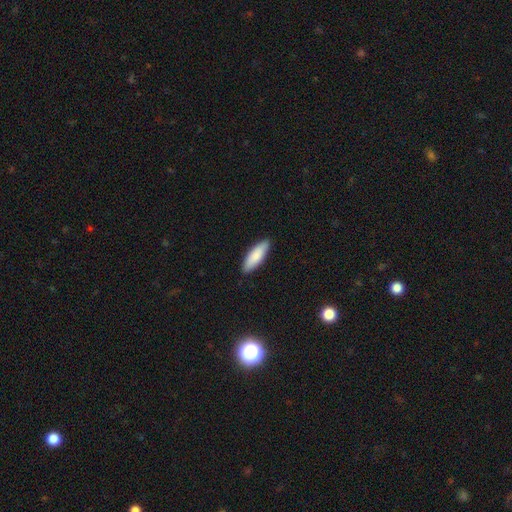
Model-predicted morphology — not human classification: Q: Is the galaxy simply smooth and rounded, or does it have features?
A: smooth — 84%.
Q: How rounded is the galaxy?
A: in between — 56%.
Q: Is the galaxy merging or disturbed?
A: none — 88%.